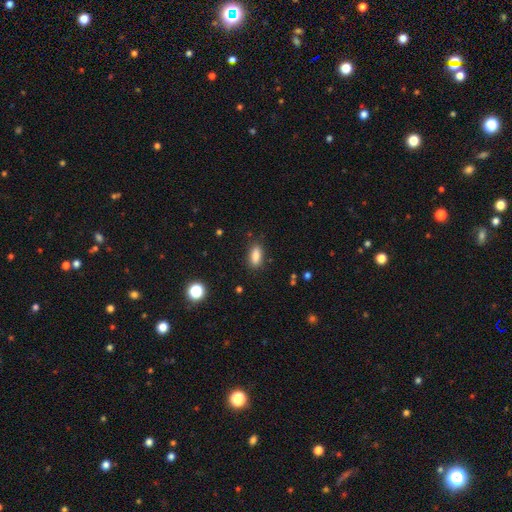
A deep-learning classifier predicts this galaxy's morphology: Q: Smooth or featured?
A: smooth (85%); runner-up: star or artifact (9%)
Q: How rounded?
A: in between (84%); runner-up: cigar-shaped (12%)
Q: Merging?
A: none (84%); runner-up: minor disturbance (12%)